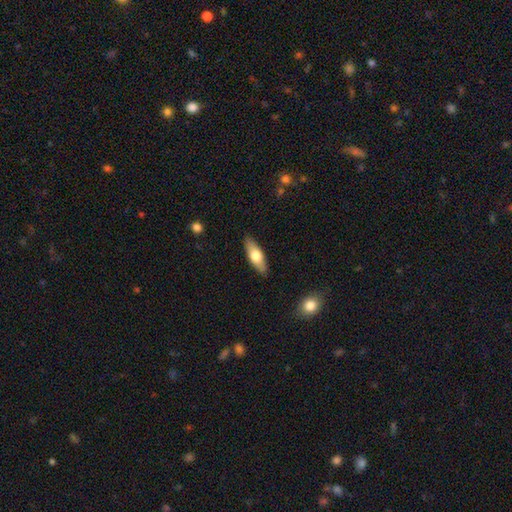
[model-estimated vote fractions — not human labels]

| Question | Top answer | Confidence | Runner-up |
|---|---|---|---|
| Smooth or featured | smooth | 61% | featured or disk (34%) |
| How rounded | in between | 59% | cigar-shaped (38%) |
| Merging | none | 89% | minor disturbance (8%) |